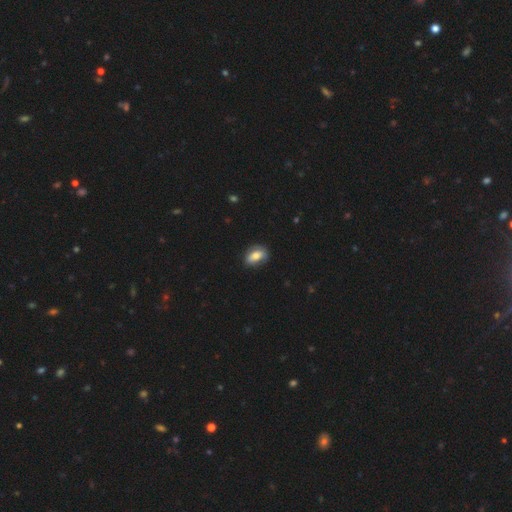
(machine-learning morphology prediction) This is likely a smooth galaxy (72%). How rounded: clearly in between (82%). Merging: likely none (72%).